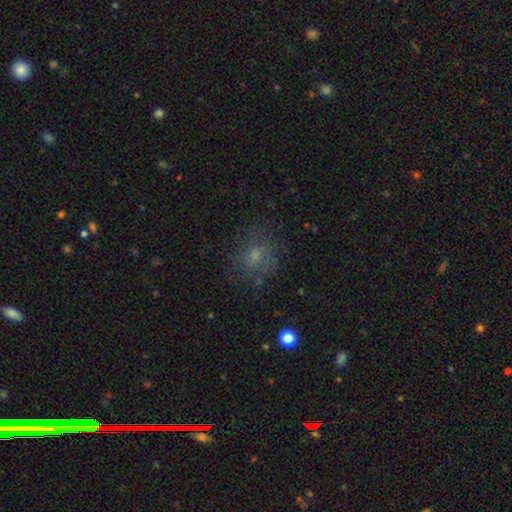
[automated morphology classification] Smooth or featured? smooth (53%)
How rounded? round (72%)
Merging? none (65%)